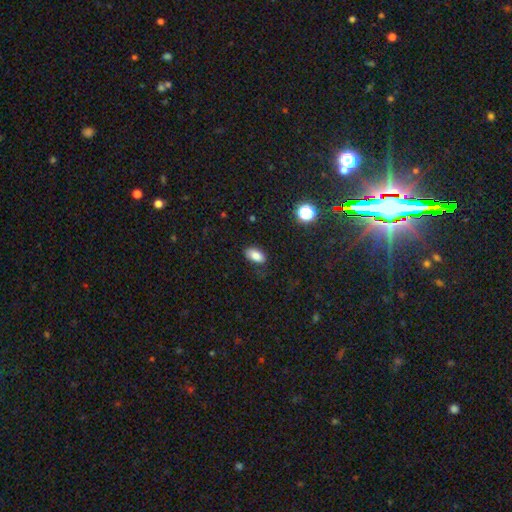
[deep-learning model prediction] Smooth or featured?
  - smooth: 83% *
  - star or artifact: 10%
  - featured or disk: 7%
How rounded?
  - in between: 91% *
  - round: 6%
  - cigar-shaped: 3%
Merging?
  - none: 77% *
  - minor disturbance: 17%
  - major disturbance: 4%
  - merger: 1%